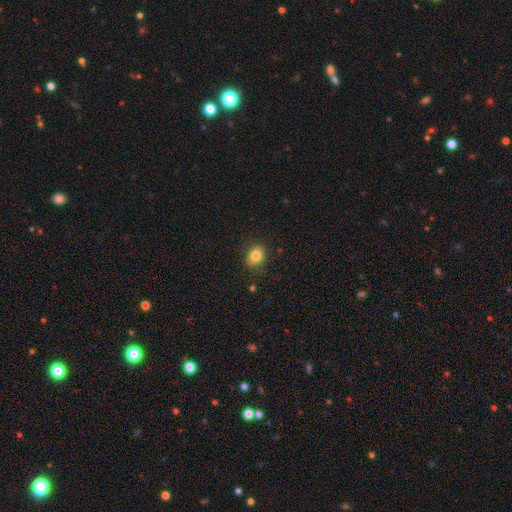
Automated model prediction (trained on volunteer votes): Smooth or featured? smooth (83%)
How rounded? in between (52%)
Merging? none (87%)